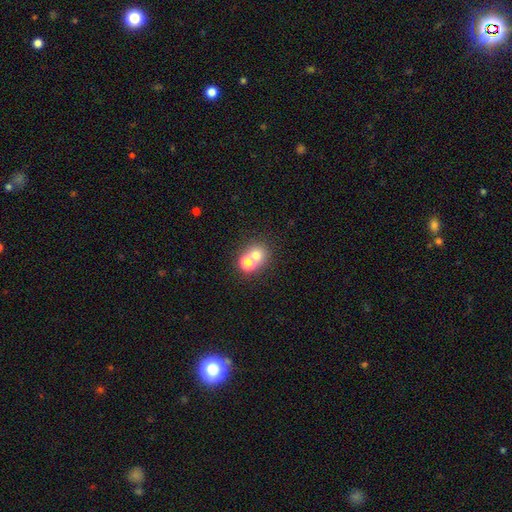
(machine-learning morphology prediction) type=smooth (69%); roundness=round (80%); merging=merger (50%).